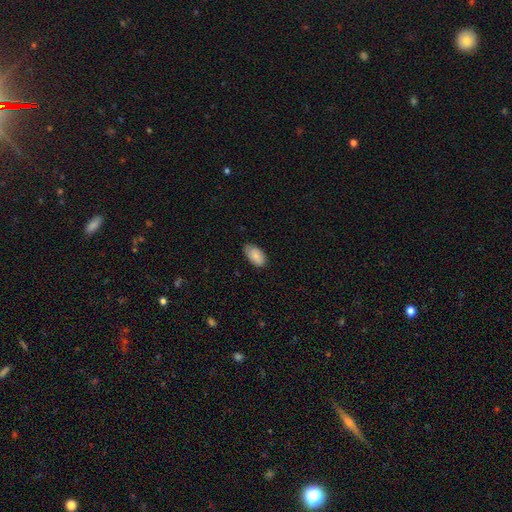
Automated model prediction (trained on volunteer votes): This is clearly a smooth galaxy (84%). How rounded: clearly in between (94%). Merging: likely none (73%).